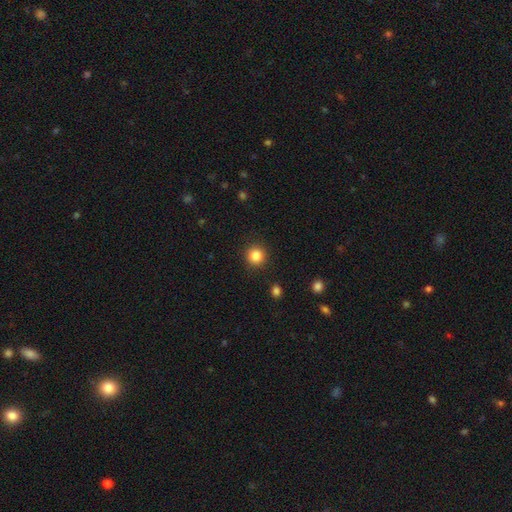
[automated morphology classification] smooth_or_featured: smooth (p=0.84) [alt: star or artifact p=0.11]
how_rounded: round (p=0.95) [alt: in between p=0.04]
merging: none (p=0.91) [alt: minor disturbance p=0.05]